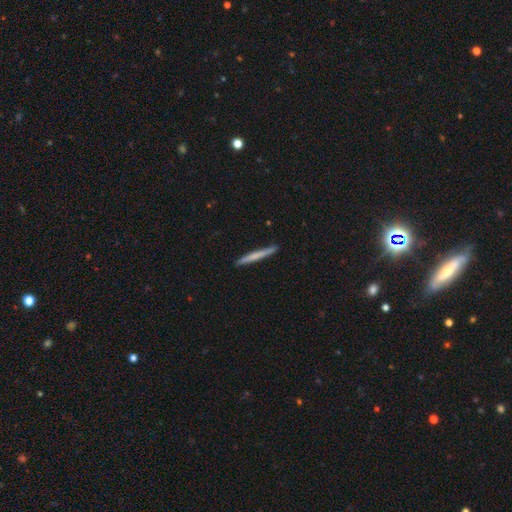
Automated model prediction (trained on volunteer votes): This is likely a smooth galaxy (61%). How rounded: clearly cigar-shaped (97%). Merging: clearly none (91%).